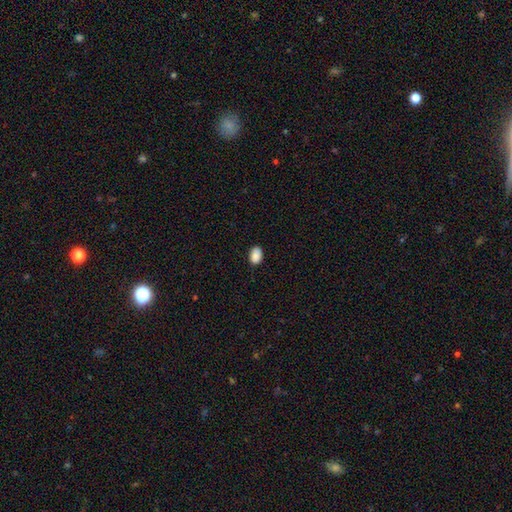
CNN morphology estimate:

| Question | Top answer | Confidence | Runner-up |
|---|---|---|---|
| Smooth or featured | smooth | 88% | star or artifact (8%) |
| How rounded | in between | 87% | round (12%) |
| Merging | none | 84% | minor disturbance (13%) |